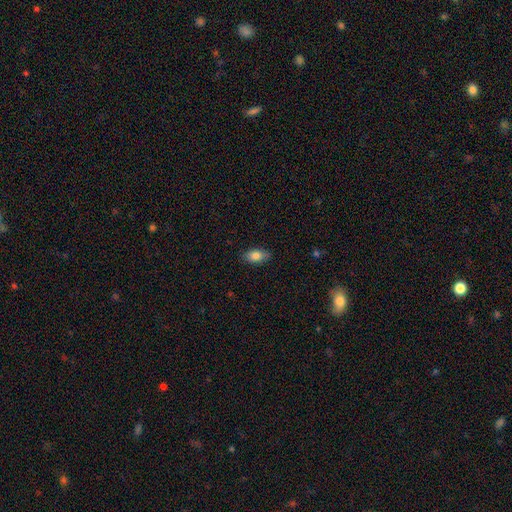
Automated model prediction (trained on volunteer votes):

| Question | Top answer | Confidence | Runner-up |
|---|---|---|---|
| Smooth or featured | smooth | 82% | featured or disk (10%) |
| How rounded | in between | 89% | round (7%) |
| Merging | none | 82% | minor disturbance (14%) |